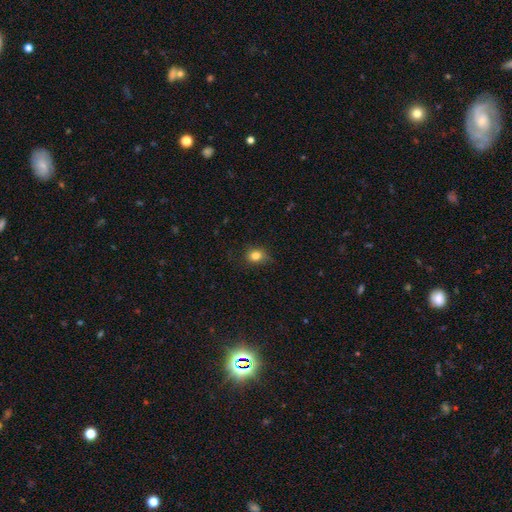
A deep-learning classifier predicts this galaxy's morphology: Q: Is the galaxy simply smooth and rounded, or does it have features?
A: smooth — 81%.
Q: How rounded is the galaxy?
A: round — 59%.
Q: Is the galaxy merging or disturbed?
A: none — 73%.